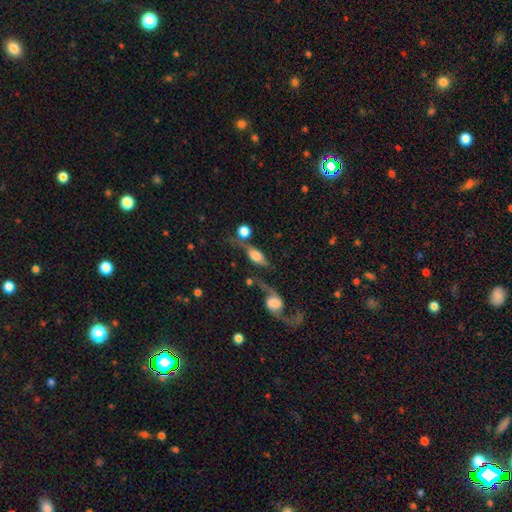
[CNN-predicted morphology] Smooth or featured? Predicted: featured or disk (p=0.56). Edge-on disk? Predicted: yes (p=0.59). Merging? Predicted: none (p=0.40).